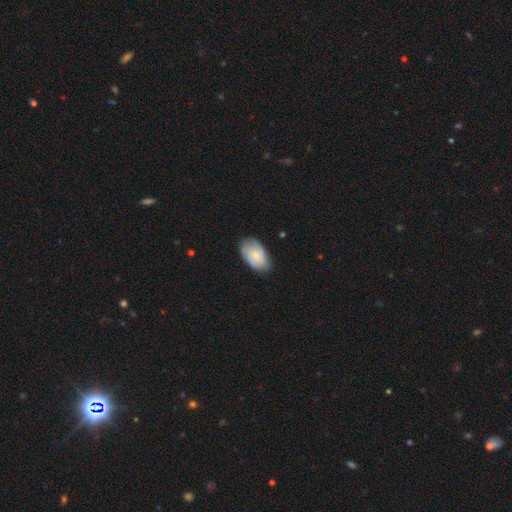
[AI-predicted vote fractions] Q: Smooth or featured?
A: smooth (47%); tied with: featured or disk (47%)
Q: Merging?
A: none (74%); runner-up: minor disturbance (21%)